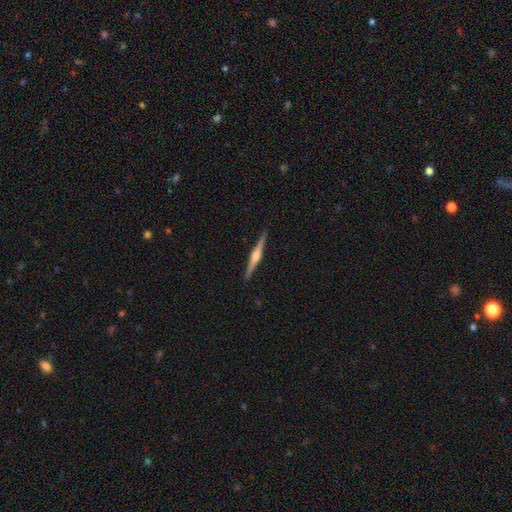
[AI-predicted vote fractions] smooth_or_featured: featured or disk (p=0.79) [alt: smooth p=0.16]
disk_edge_on: yes (p=0.99) [alt: no p=0.01]
edge_on_bulge: rounded (p=0.82) [alt: boxy p=0.12]
merging: none (p=0.92) [alt: minor disturbance p=0.06]